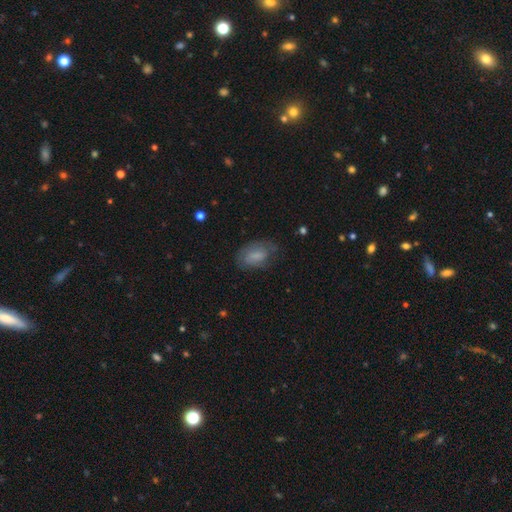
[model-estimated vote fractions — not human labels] Smooth or featured? smooth (64%)
How rounded? in between (89%)
Merging? none (62%)